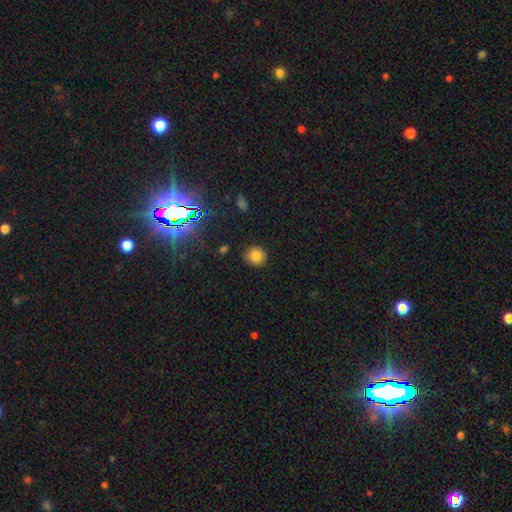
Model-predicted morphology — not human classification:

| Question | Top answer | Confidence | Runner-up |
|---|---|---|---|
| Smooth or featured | smooth | 81% | star or artifact (14%) |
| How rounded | round | 87% | in between (12%) |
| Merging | none | 89% | minor disturbance (7%) |